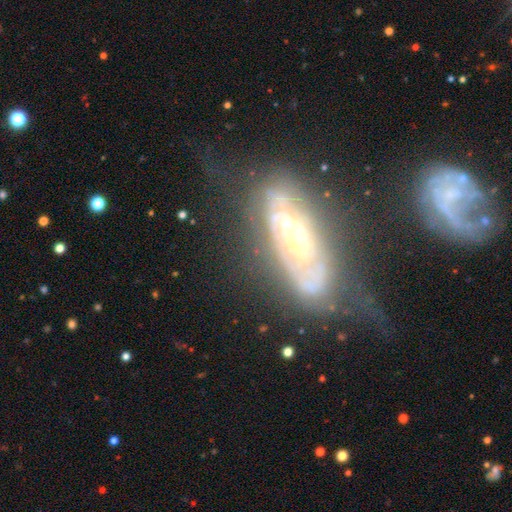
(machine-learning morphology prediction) The model was most divided on "bulge size": small: 46%, moderate: 34%, large: 9%, none: 8%, dominant: 3%. Remaining: edge-on disk — no (77%); smooth or featured — featured or disk (75%); spiral arms — yes (71%); bar — no (53%); merging — none (42%).